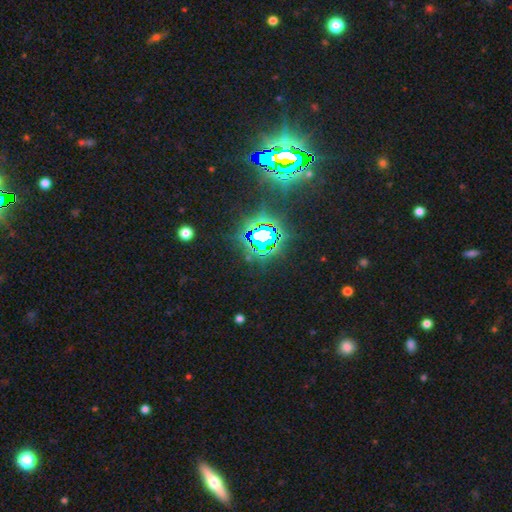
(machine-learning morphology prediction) The model was most divided on "smooth or featured": star or artifact: 83%, smooth: 10%, featured or disk: 7%.